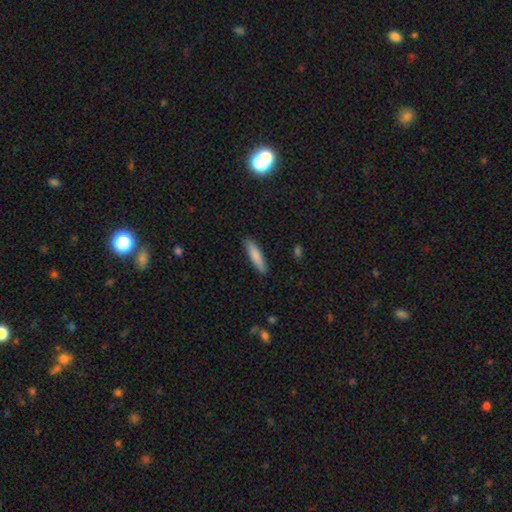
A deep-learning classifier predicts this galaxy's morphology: Smooth or featured? smooth (82%)
How rounded? cigar-shaped (80%)
Merging? none (89%)